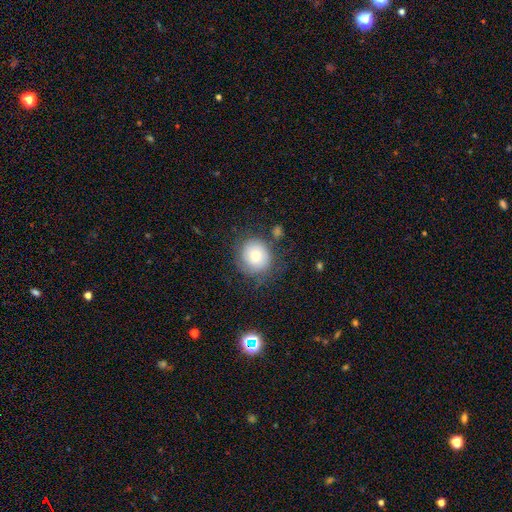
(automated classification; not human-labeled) This appears to be a smooth galaxy with no disk features (70%) that is round (86%). Merging: none (70%).